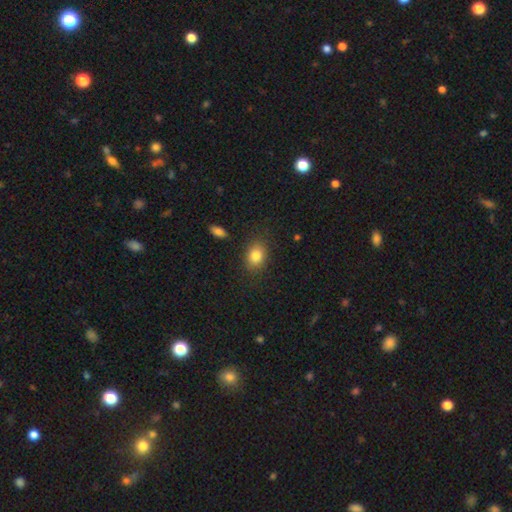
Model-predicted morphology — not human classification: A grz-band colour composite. It shows a smooth galaxy with no disk features (82%) that is in between round and cigar-shaped (65%). Merging: none (83%).